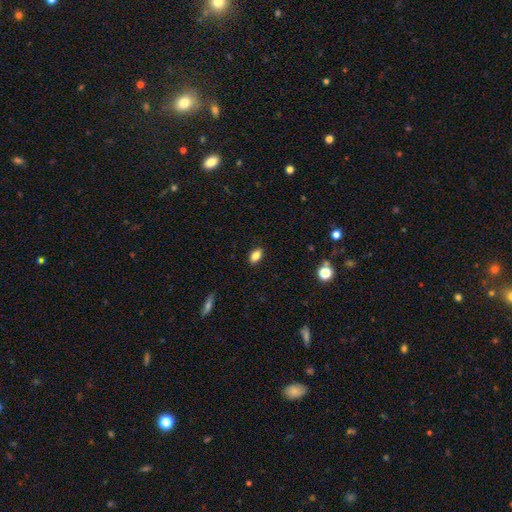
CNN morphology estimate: Smooth or featured?
  - smooth: 84% *
  - star or artifact: 9%
  - featured or disk: 7%
How rounded?
  - in between: 88% *
  - round: 9%
  - cigar-shaped: 3%
Merging?
  - none: 88% *
  - minor disturbance: 9%
  - major disturbance: 2%
  - merger: 1%